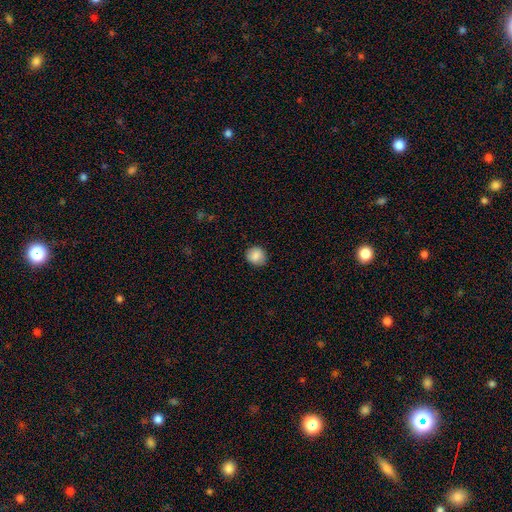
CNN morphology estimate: Smooth or featured? Predicted: smooth (p=0.87). How rounded? Predicted: round (p=0.85). Merging? Predicted: none (p=0.88).